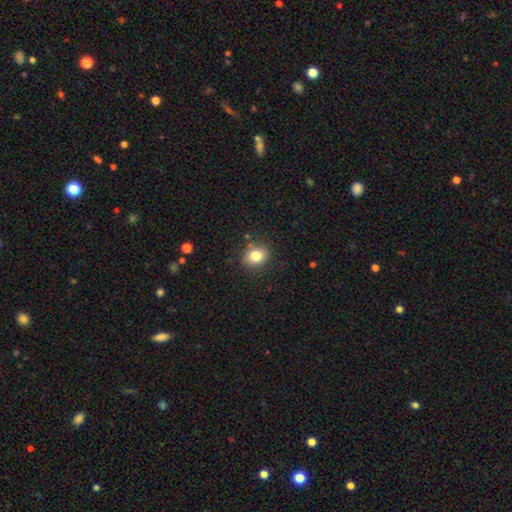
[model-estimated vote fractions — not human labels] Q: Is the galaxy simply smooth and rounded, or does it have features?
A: smooth — 81%.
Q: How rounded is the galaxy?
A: round — 63%.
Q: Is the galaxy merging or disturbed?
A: none — 84%.